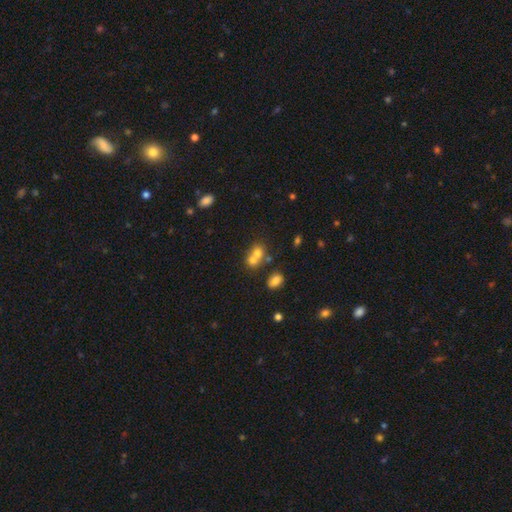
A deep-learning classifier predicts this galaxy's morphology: Overall: smooth (68%). How rounded: round (64%; in between 35%). Merging: merger (63%; none 27%).